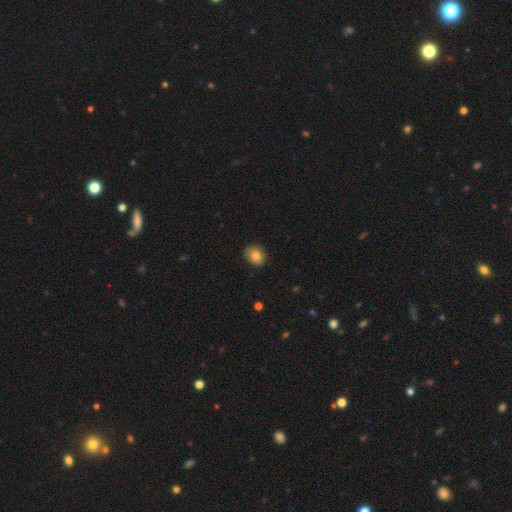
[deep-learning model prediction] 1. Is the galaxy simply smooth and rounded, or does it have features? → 81% smooth, 10% featured or disk, 9% star or artifact.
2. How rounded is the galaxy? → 52% in between, 47% round, 1% cigar-shaped.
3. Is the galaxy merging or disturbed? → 85% none, 12% minor disturbance, 2% major disturbance, 1% merger.